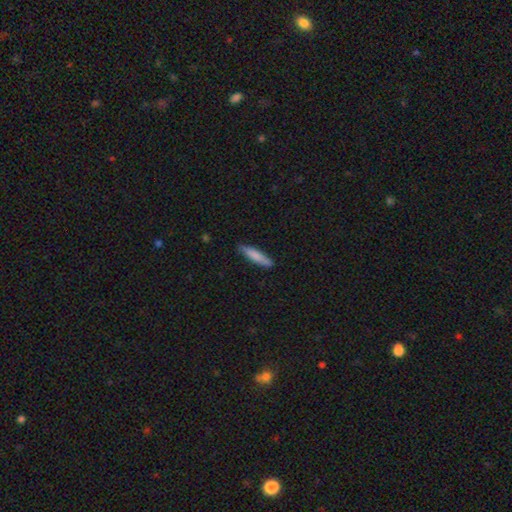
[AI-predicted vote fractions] Smooth or featured? Predicted: smooth (p=0.81). How rounded? Predicted: cigar-shaped (p=0.83). Merging? Predicted: none (p=0.85).